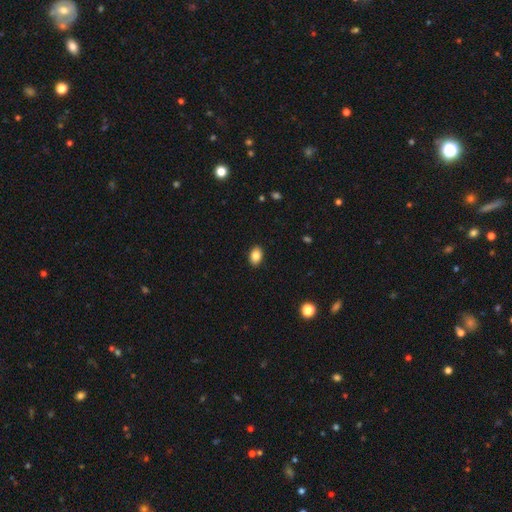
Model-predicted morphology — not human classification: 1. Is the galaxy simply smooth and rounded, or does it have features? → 86% smooth, 8% star or artifact, 6% featured or disk.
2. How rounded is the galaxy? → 84% in between, 15% round, 1% cigar-shaped.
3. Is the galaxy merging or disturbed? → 90% none, 7% minor disturbance, 2% major disturbance, 1% merger.